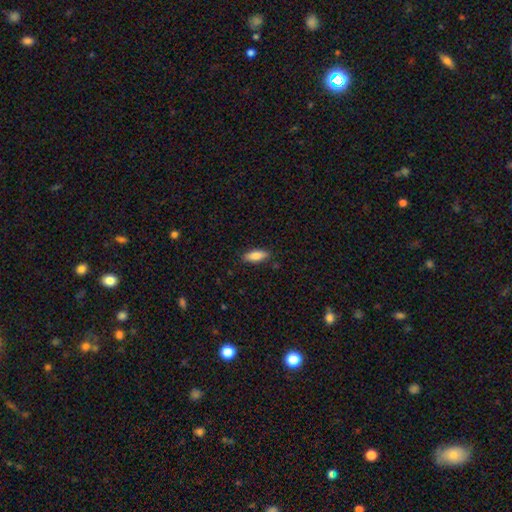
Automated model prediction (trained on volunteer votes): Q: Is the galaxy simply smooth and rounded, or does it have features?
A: smooth — 82%.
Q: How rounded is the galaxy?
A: in between — 71%.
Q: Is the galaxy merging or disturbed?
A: none — 86%.